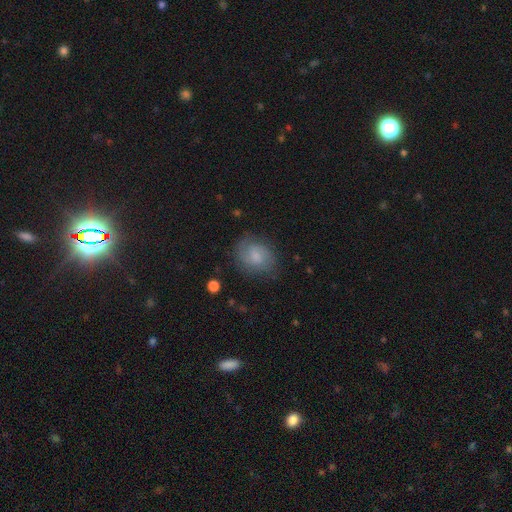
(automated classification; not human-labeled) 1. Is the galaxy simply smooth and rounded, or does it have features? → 50% smooth, 41% featured or disk, 9% star or artifact.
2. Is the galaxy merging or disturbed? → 73% none, 18% minor disturbance, 7% major disturbance, 1% merger.